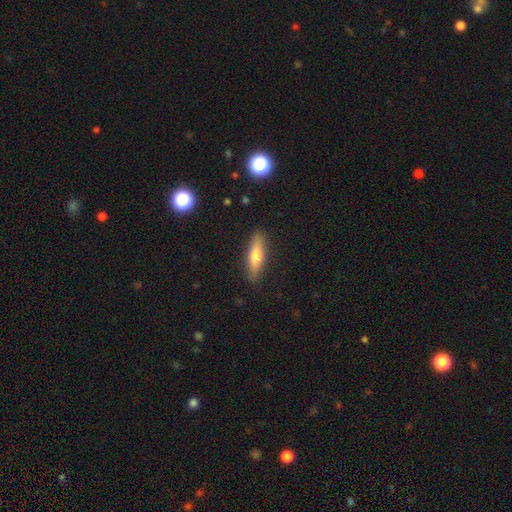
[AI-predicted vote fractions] Smooth or featured? Predicted: smooth (p=0.63). How rounded? Predicted: cigar-shaped (p=0.68). Merging? Predicted: none (p=0.88).